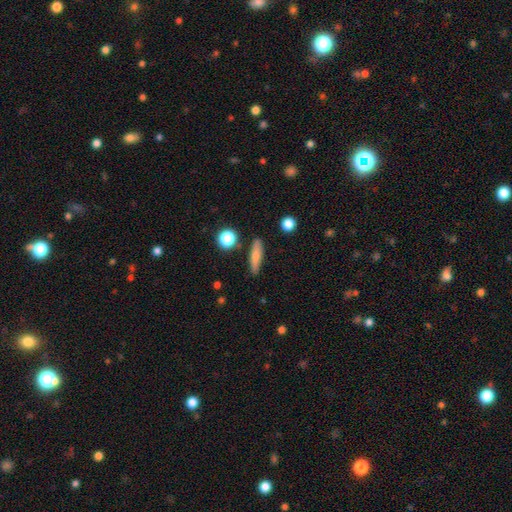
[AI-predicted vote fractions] Morphology: type=smooth (71%); roundness=cigar-shaped (76%); merging=none (85%).